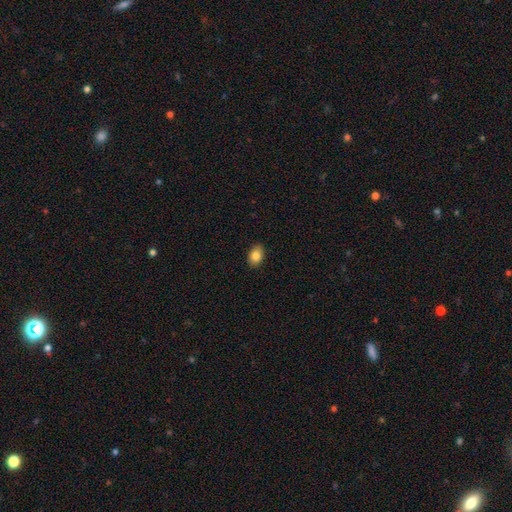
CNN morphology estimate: Smooth or featured? Predicted: smooth (p=0.84). How rounded? Predicted: in between (p=0.81). Merging? Predicted: none (p=0.89).